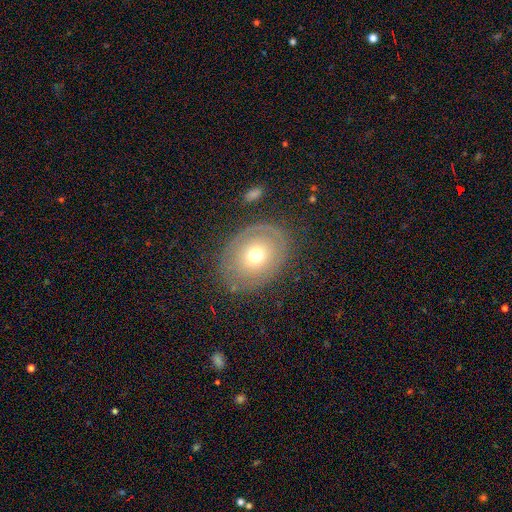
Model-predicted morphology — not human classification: smooth-or-featured: smooth: 50% | featured or disk: 40% | star or artifact: 10%
  merging: none: 78% | minor disturbance: 13% | major disturbance: 6% | merger: 2%